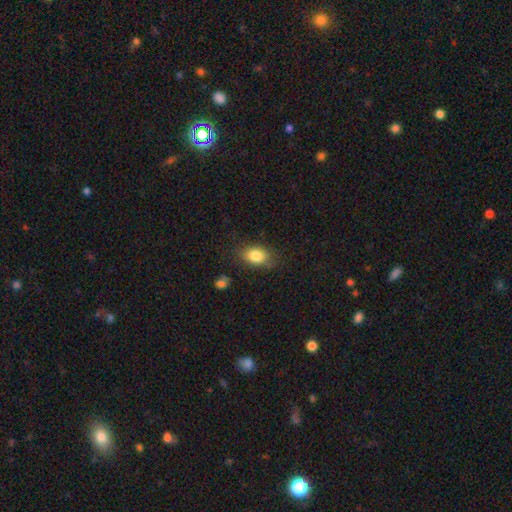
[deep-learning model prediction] A smooth galaxy with no disk features (82%) that is in between round and cigar-shaped (80%).

Vote fractions:
- Smooth or featured? smooth: 82% / featured or disk: 9% / star or artifact: 8%
- How rounded? in between: 80% / round: 19% / cigar-shaped: 2%
- Merging? none: 73% / minor disturbance: 19% / major disturbance: 5% / merger: 2%